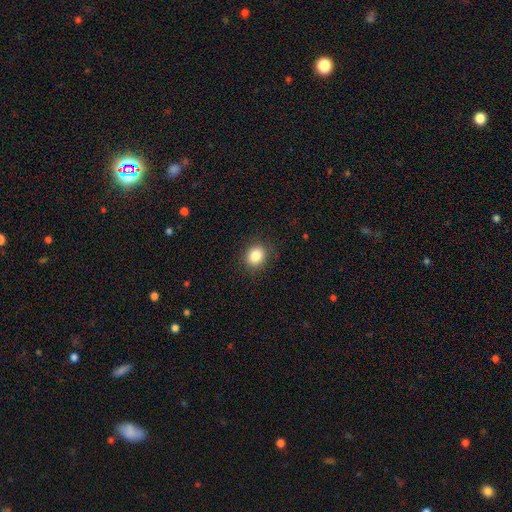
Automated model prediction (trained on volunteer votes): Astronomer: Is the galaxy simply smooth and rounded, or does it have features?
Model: smooth — 85%.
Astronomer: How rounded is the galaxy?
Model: round — 70%.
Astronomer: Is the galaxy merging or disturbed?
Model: none — 87%.